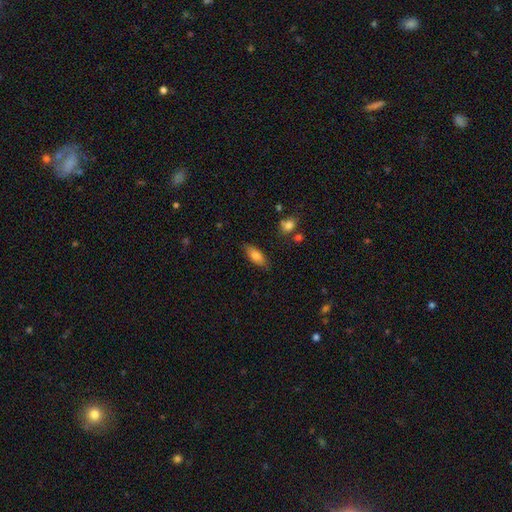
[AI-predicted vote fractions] Morphology: type=smooth (79%); roundness=in between (80%); merging=none (81%).